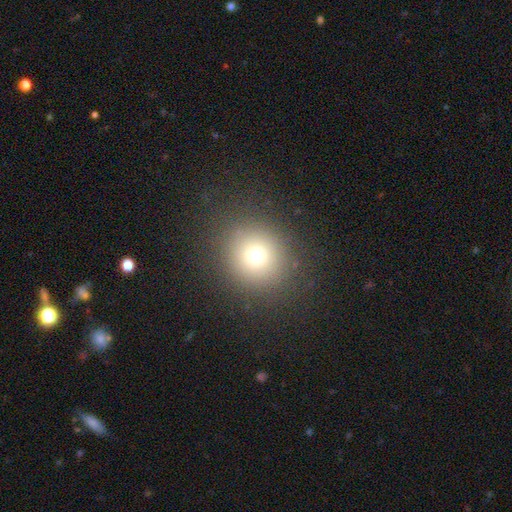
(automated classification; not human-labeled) This appears to be a smooth galaxy with no disk features (73%) that is round (89%). Merging: none (87%).